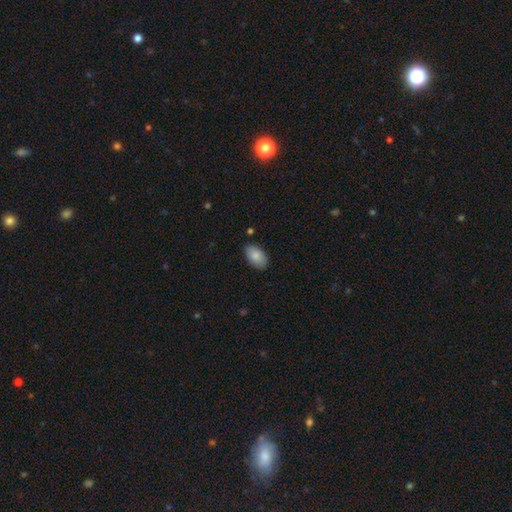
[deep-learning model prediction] Morphology: type=smooth (86%); roundness=in between (93%); merging=none (83%).